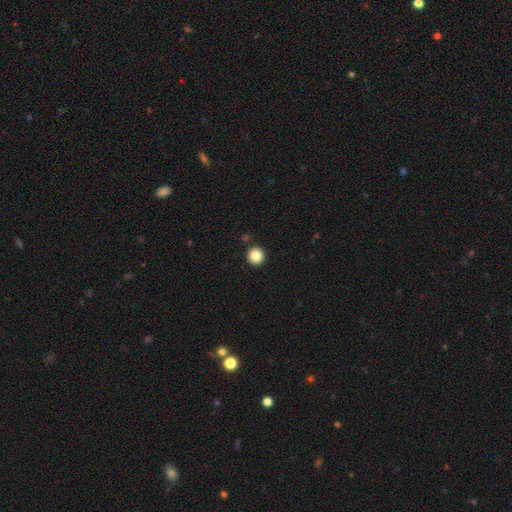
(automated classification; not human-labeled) A smooth galaxy with no disk features (86%) that is round (94%).

Vote fractions:
- Smooth or featured? smooth: 86% / star or artifact: 10% / featured or disk: 4%
- How rounded? round: 94% / in between: 5% / cigar-shaped: 1%
- Merging? none: 92% / minor disturbance: 5% / merger: 2% / major disturbance: 2%